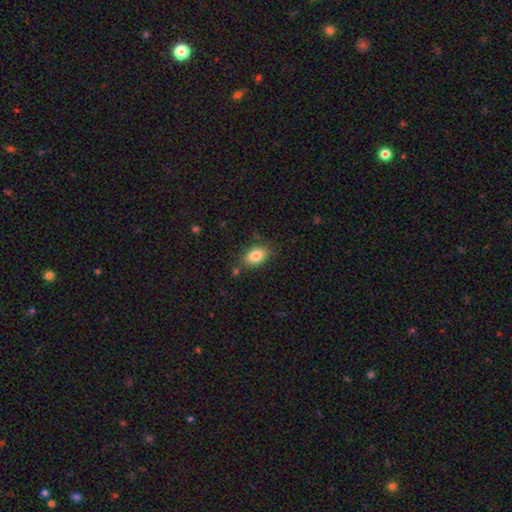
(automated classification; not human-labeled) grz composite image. It shows a smooth galaxy with no disk features (84%) that is in between round and cigar-shaped (88%). Merging: none (79%).